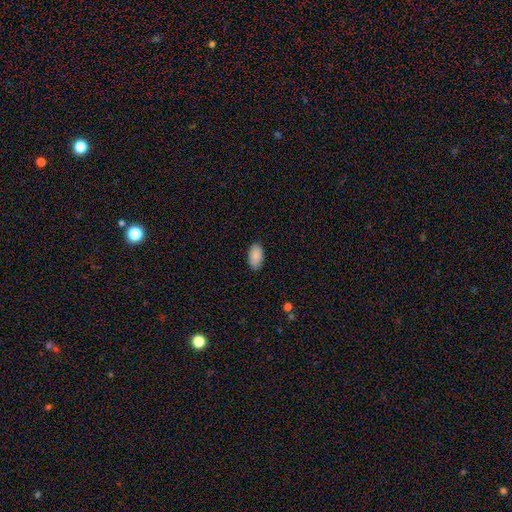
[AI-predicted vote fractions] smooth 90%, star or artifact 7%, featured or disk 4%. Down the decision tree: how rounded — in between (95%); merging — none (87%).